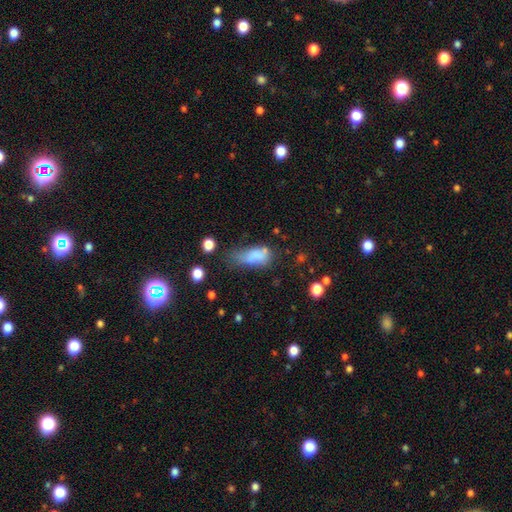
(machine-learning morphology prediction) This is likely a smooth galaxy (73%). How rounded: clearly in between (83%). Merging: marginally minor disturbance (33%).